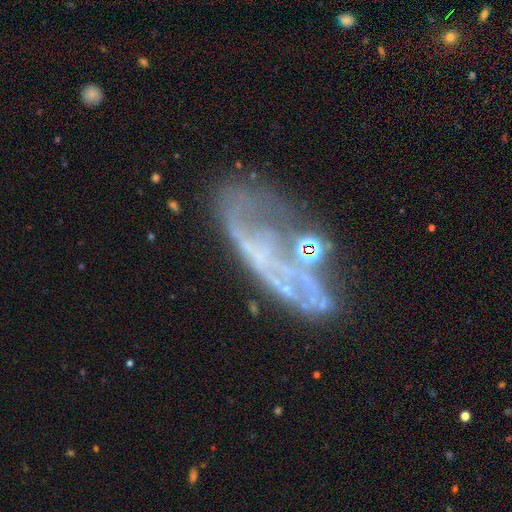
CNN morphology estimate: smooth-or-featured: featured or disk: 67% | smooth: 19% | star or artifact: 14%
  disk-edge-on: no: 87% | yes: 13%
    bar: no: 72% | weak: 18% | strong: 10%
    has-spiral-arms: no: 59% | yes: 41%
    bulge-size: none: 62% | small: 25% | moderate: 9% | large: 2% | dominant: 1%
  merging: none: 40% | major disturbance: 28% | minor disturbance: 21% | merger: 12%